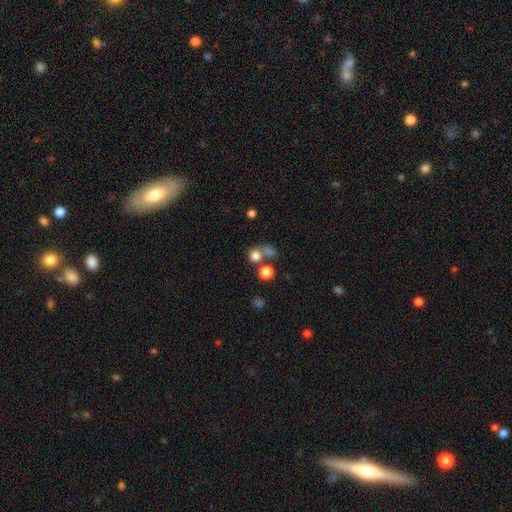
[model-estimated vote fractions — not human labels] Morphology: type=smooth (77%); roundness=round (86%); merging=none (50%).